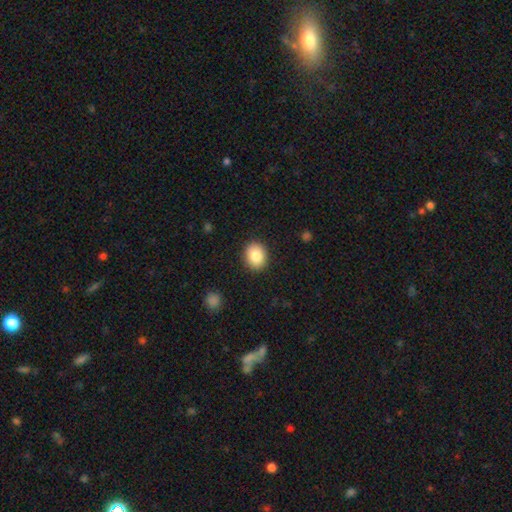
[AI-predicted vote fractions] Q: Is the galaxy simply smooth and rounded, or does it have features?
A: smooth — 85%.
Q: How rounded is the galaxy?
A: round — 59%.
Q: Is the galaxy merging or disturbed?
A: none — 90%.